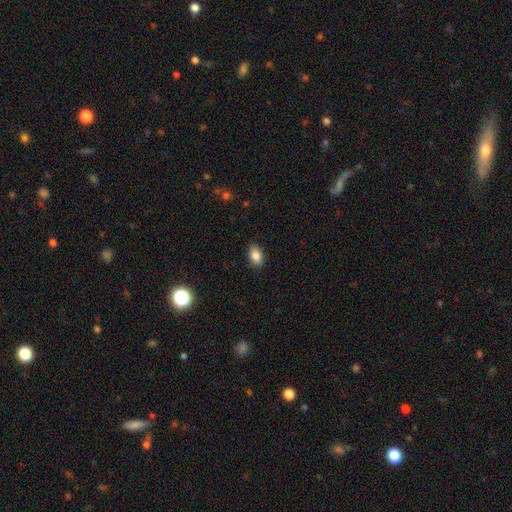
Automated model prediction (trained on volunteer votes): Morphology: type=smooth (86%); roundness=in between (90%); merging=none (87%).